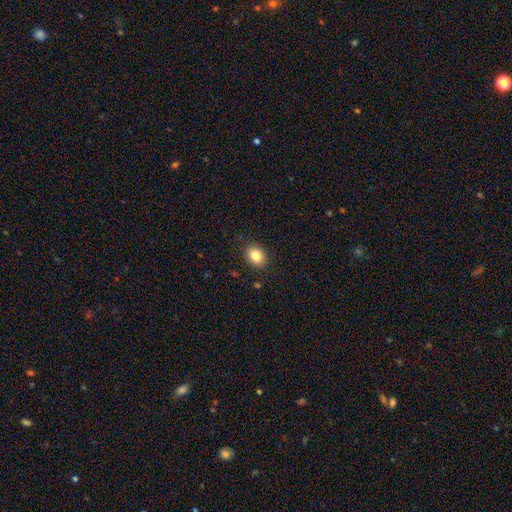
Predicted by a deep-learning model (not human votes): Q: Smooth or featured?
A: smooth (84%); runner-up: star or artifact (10%)
Q: How rounded?
A: in between (56%); runner-up: round (43%)
Q: Merging?
A: none (88%); runner-up: minor disturbance (8%)